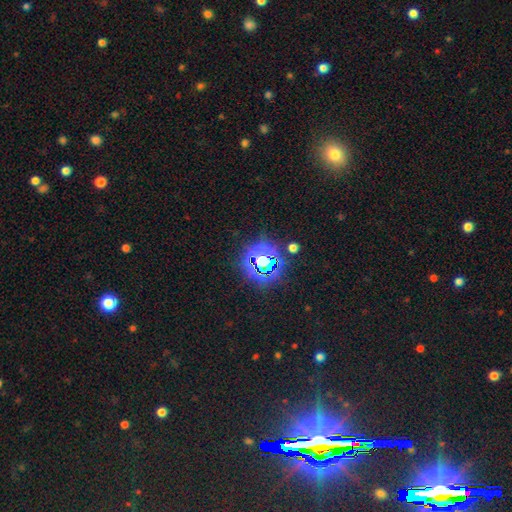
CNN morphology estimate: type=star or artifact (67%).